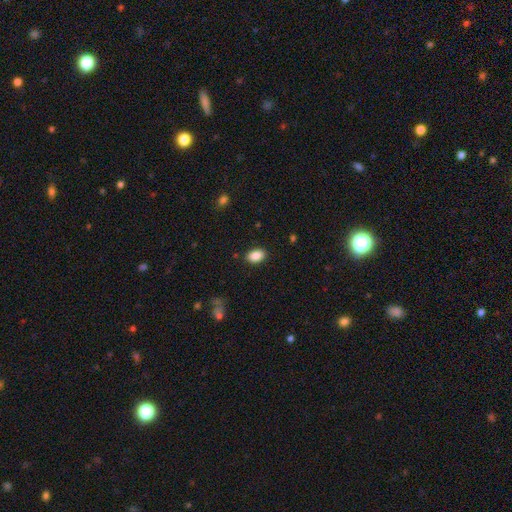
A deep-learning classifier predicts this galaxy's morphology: The model was most divided on "how rounded": in between: 87%, round: 12%, cigar-shaped: 1%. More confident: smooth or featured — smooth (88%); merging — none (87%).